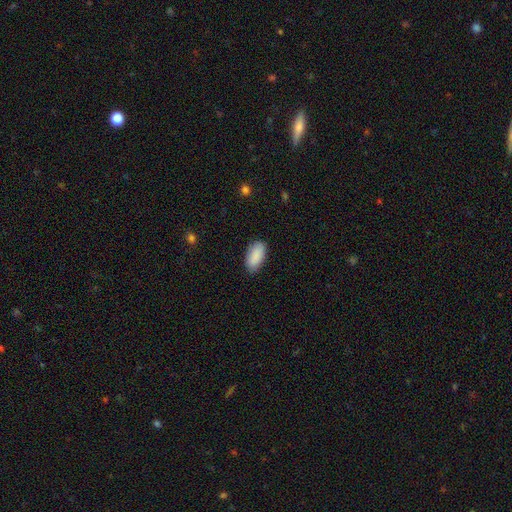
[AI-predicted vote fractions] smooth_or_featured: smooth (p=0.90) [alt: star or artifact p=0.06]
how_rounded: in between (p=0.93) [alt: cigar-shaped p=0.05]
merging: none (p=0.84) [alt: minor disturbance p=0.12]